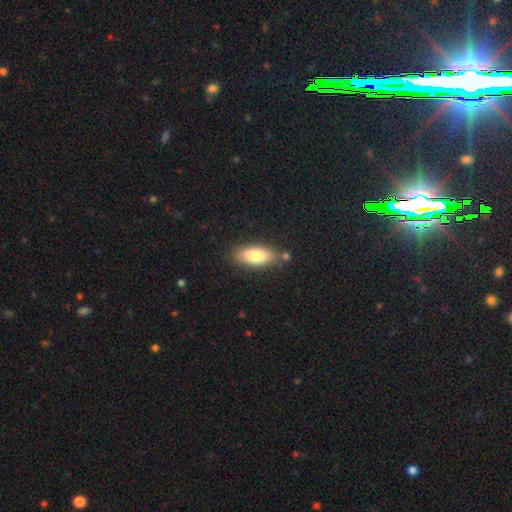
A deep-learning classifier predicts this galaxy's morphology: A smooth galaxy with no disk features (81%) that is in between round and cigar-shaped (79%).

Vote fractions:
- Smooth or featured? smooth: 81% / featured or disk: 12% / star or artifact: 6%
- How rounded? in between: 79% / cigar-shaped: 19% / round: 2%
- Merging? none: 79% / minor disturbance: 12% / merger: 6% / major disturbance: 3%